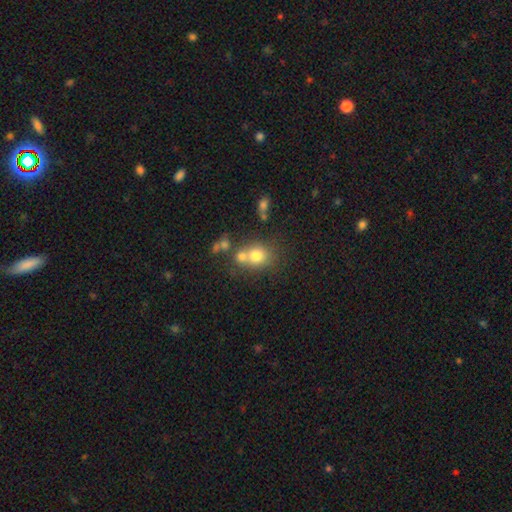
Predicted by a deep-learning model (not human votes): The model was most divided on "merging": merger: 44%, none: 42%, minor disturbance: 9%, major disturbance: 5%. More confident: smooth or featured — smooth (73%); how rounded — round (72%).